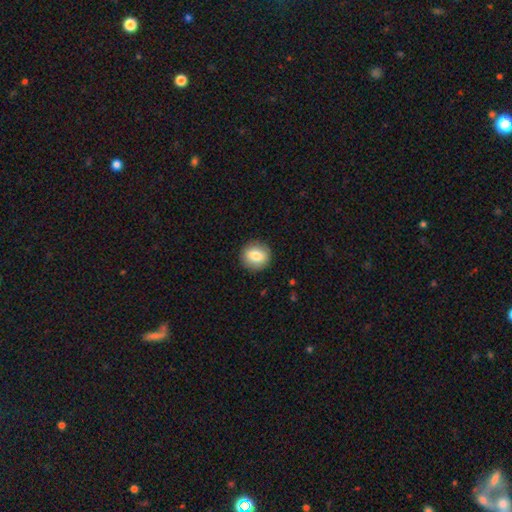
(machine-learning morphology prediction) Smooth or featured? Predicted: smooth (p=0.82). How rounded? Predicted: round (p=0.86). Merging? Predicted: none (p=0.90).